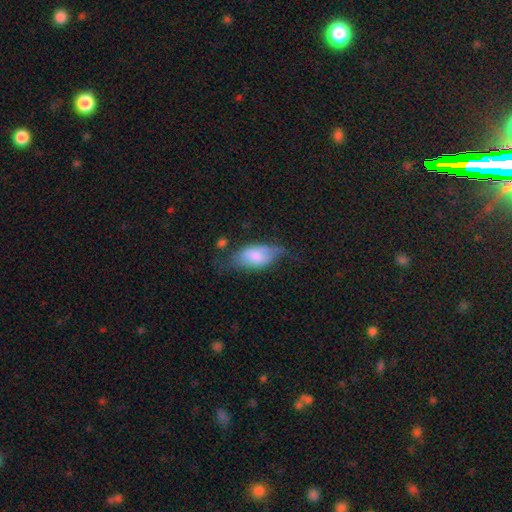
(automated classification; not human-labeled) This appears to be a smooth galaxy with no disk features (60%) that is in between round and cigar-shaped (90%). Merging: minor disturbance (35%).